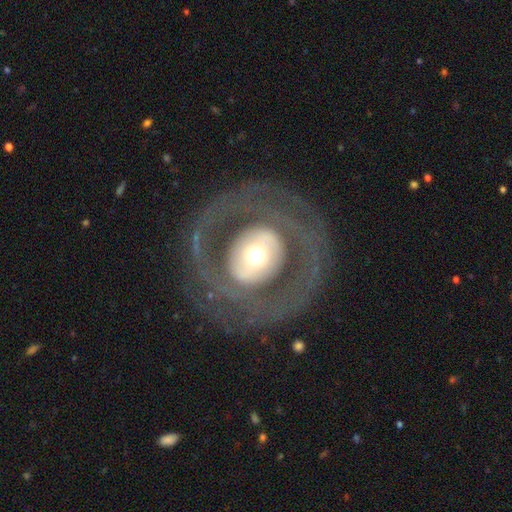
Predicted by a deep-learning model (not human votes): This is likely a featured or disk galaxy (71%). It is clearly not viewed edge-on (95%). Bar: likely no (66%). Spiral arm pattern: possibly no (53%). Central bulge: possibly moderate (53%). Merging: likely none (75%).